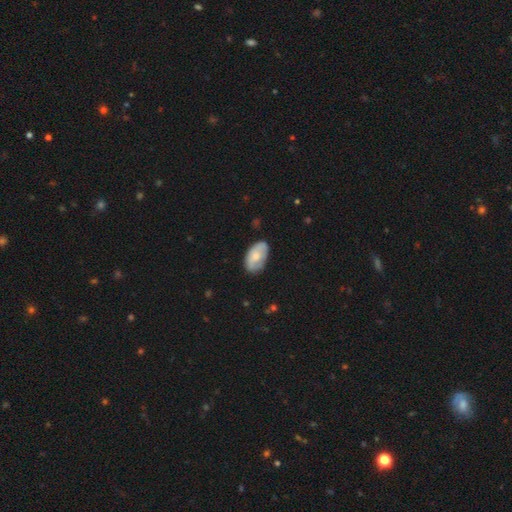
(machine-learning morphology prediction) A smooth galaxy with no disk features (63%) that is in between round and cigar-shaped (93%). Merging: none (67%).